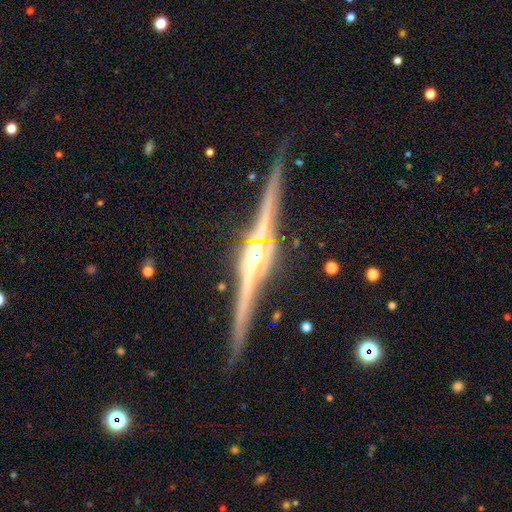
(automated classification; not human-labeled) A featured or disk galaxy (83%) viewed edge-on (97%) with a rounded central bulge (83%). Merging: none (84%).